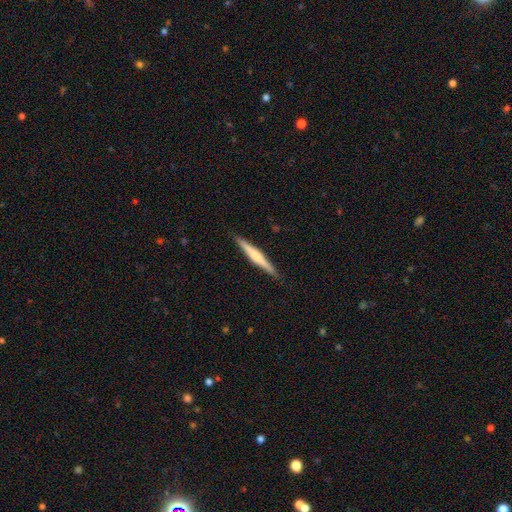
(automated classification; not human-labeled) featured or disk 55%, smooth 40%, star or artifact 5%. Down the decision tree: edge-on disk — yes (98%); edge-on bulge — rounded (60%); merging — none (90%).